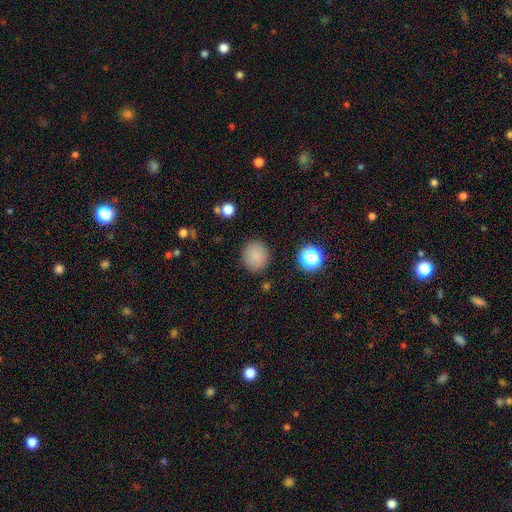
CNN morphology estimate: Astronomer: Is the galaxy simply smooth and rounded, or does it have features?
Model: smooth — 84%.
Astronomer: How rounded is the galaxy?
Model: round — 88%.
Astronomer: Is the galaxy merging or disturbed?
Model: none — 87%.